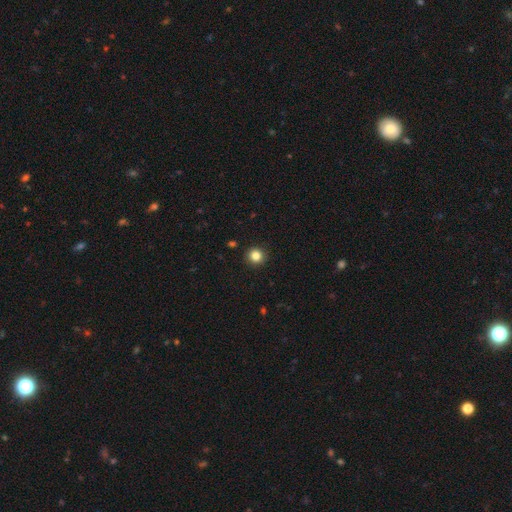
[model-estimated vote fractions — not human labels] Smooth or featured?
  - smooth: 84% *
  - star or artifact: 11%
  - featured or disk: 5%
How rounded?
  - round: 94% *
  - in between: 5%
  - cigar-shaped: 1%
Merging?
  - none: 92% *
  - minor disturbance: 5%
  - major disturbance: 2%
  - merger: 1%